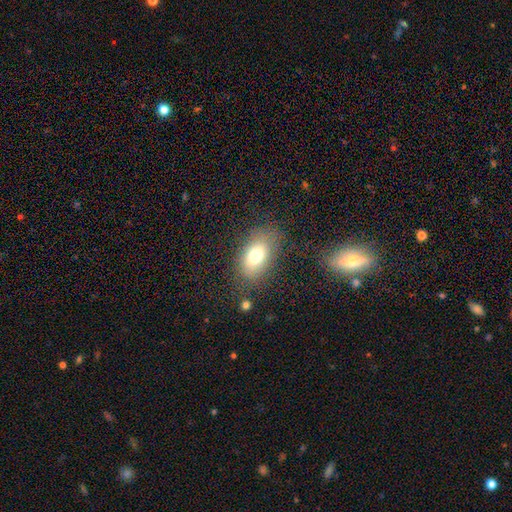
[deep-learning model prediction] Q: Smooth or featured?
A: smooth (73%); runner-up: featured or disk (17%)
Q: How rounded?
A: in between (86%); runner-up: round (12%)
Q: Merging?
A: none (76%); runner-up: minor disturbance (15%)